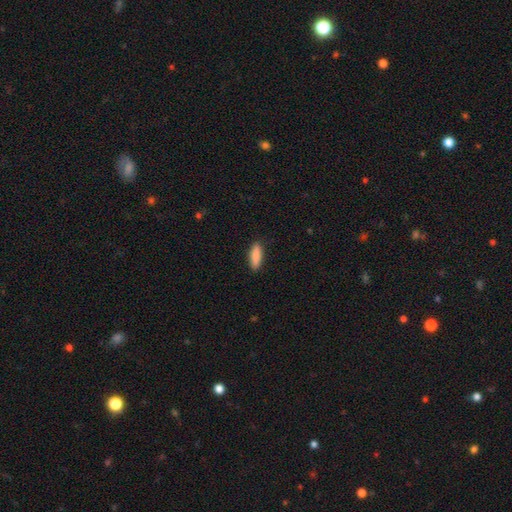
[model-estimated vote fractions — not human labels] Morphology: type=smooth (88%); roundness=in between (55%); merging=none (88%).